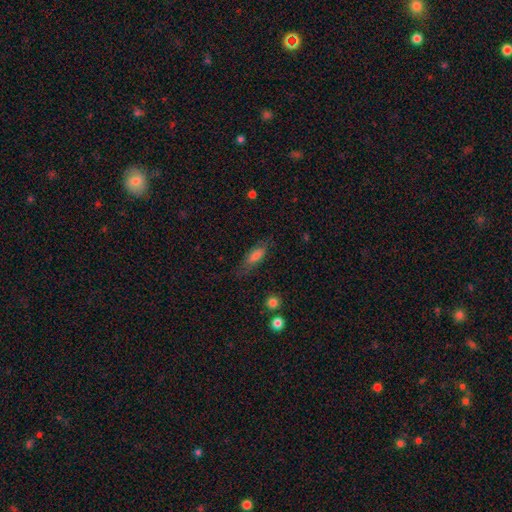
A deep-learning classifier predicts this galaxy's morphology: Smooth or featured? Predicted: smooth (p=0.70). How rounded? Predicted: in between (p=0.58). Merging? Predicted: none (p=0.72).